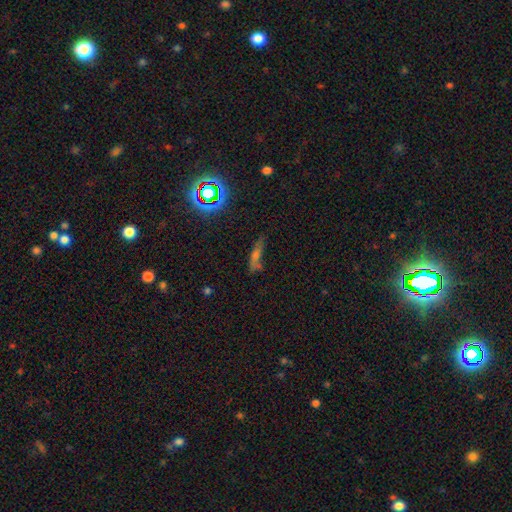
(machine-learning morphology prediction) Smooth or featured?
  - smooth: 41% *
  - star or artifact: 31%
  - featured or disk: 28%
Merging?
  - none: 55% *
  - minor disturbance: 22%
  - major disturbance: 13%
  - merger: 9%